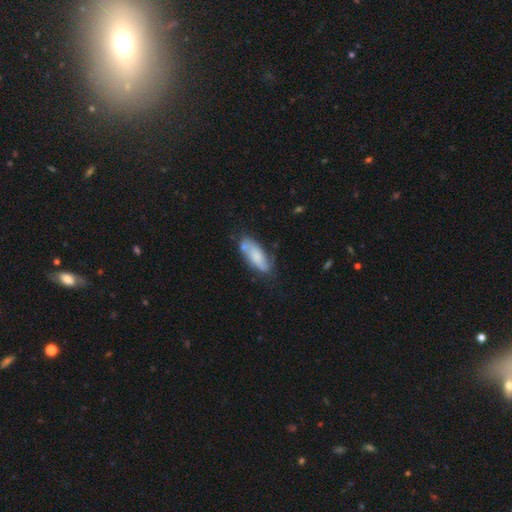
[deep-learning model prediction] A smooth galaxy with no disk features (55%) that is in between round and cigar-shaped (72%). Merging: none (62%).